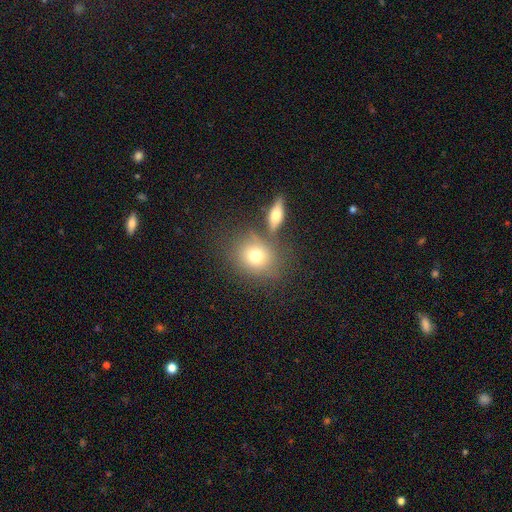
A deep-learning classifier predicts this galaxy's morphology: Smooth or featured? smooth (72%)
How rounded? round (68%)
Merging? none (66%)